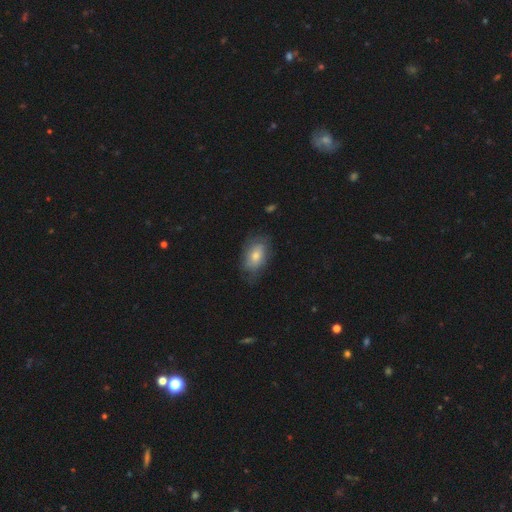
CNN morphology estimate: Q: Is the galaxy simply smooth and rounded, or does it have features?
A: smooth — 59%.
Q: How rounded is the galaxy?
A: in between — 87%.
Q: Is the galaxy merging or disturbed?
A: none — 63%.